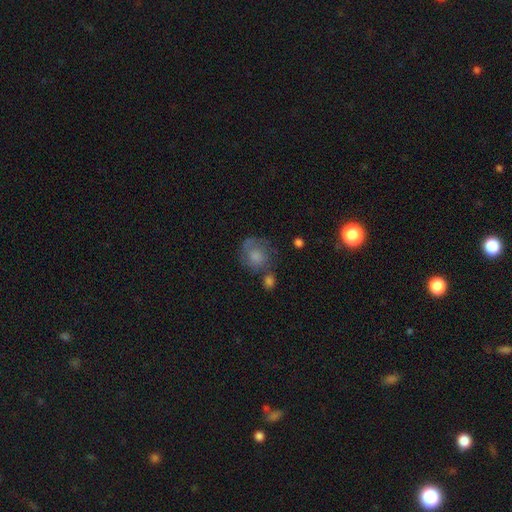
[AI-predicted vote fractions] Smooth or featured: smooth — 52% (featured or disk — 37%)
How rounded: round — 74% (in between — 25%)
Merging: none — 49% (minor disturbance — 23%)